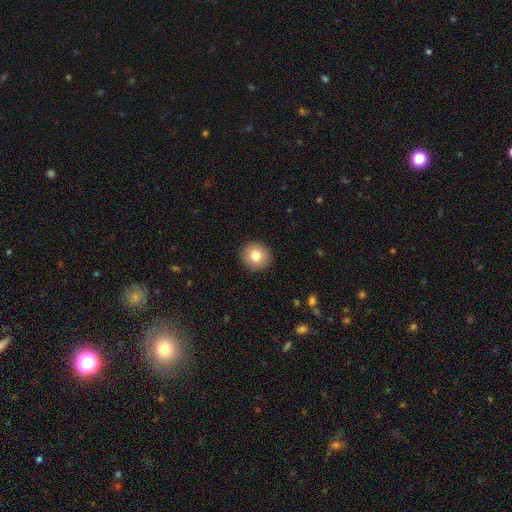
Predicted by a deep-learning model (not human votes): Q: Smooth or featured?
A: smooth (80%); runner-up: featured or disk (11%)
Q: How rounded?
A: round (92%); runner-up: in between (7%)
Q: Merging?
A: none (92%); runner-up: minor disturbance (5%)